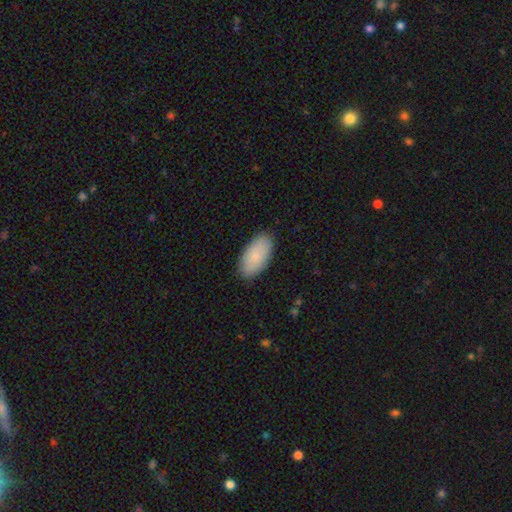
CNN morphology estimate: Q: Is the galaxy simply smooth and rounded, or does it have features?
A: smooth — 85%.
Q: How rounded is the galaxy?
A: in between — 95%.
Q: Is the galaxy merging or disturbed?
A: none — 88%.